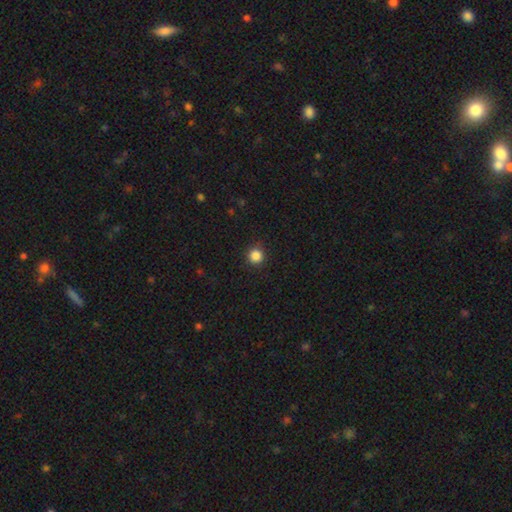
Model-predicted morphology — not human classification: Smooth or featured?
  - smooth: 85% *
  - star or artifact: 11%
  - featured or disk: 3%
How rounded?
  - round: 95% *
  - in between: 4%
  - cigar-shaped: 1%
Merging?
  - none: 91% *
  - minor disturbance: 6%
  - major disturbance: 2%
  - merger: 1%